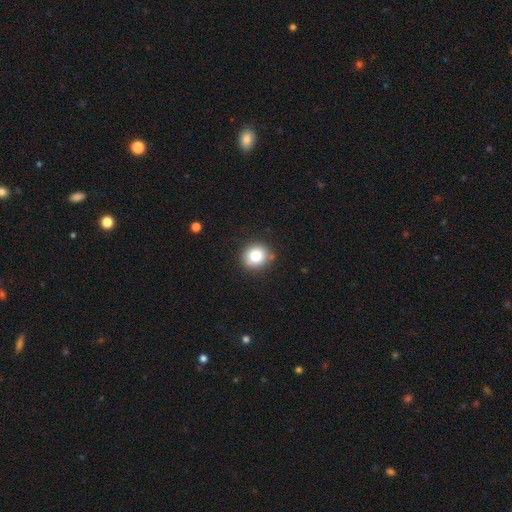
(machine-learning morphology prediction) Overall: smooth (83%). How rounded: round (86%). Merging: none (86%).